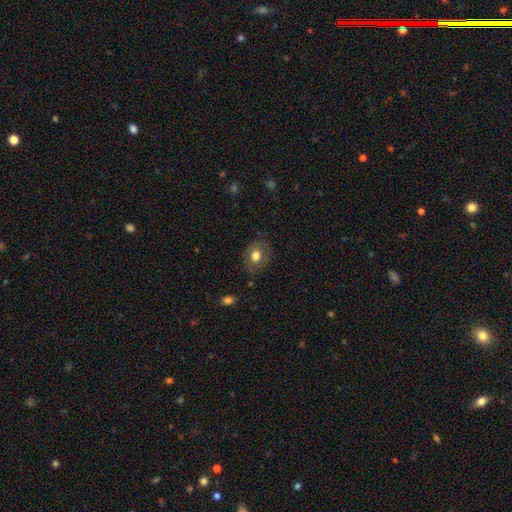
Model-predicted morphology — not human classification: type=smooth (71%); roundness=in between (51%); merging=none (81%).